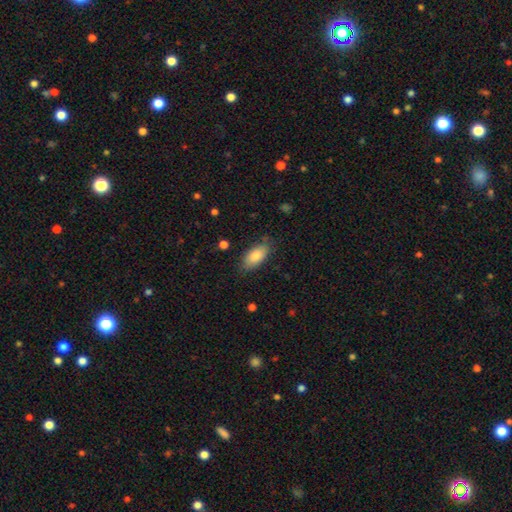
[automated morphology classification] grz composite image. It shows a smooth galaxy with no disk features (83%) that is in between round and cigar-shaped (90%). Merging: none (78%).